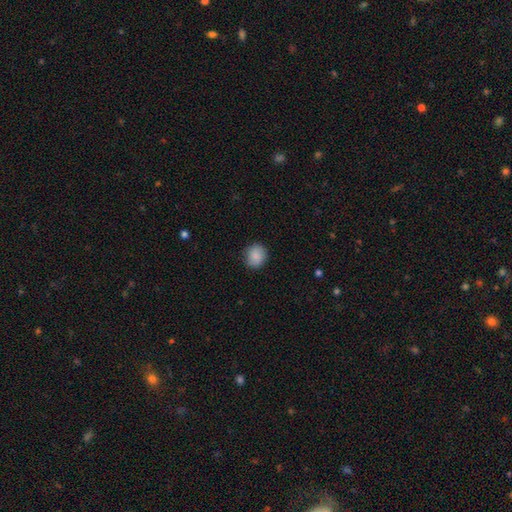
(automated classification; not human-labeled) A smooth galaxy with no disk features (86%) that is round (81%). Merging: none (84%).